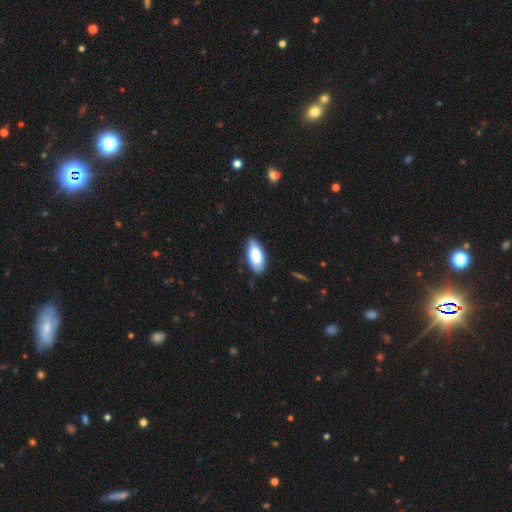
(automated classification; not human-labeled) A smooth galaxy with no disk features (78%) that is in between round and cigar-shaped (88%).

Vote fractions:
- Smooth or featured? smooth: 78% / featured or disk: 16% / star or artifact: 6%
- How rounded? in between: 88% / cigar-shaped: 10% / round: 2%
- Merging? none: 80% / minor disturbance: 17% / major disturbance: 3% / merger: 1%